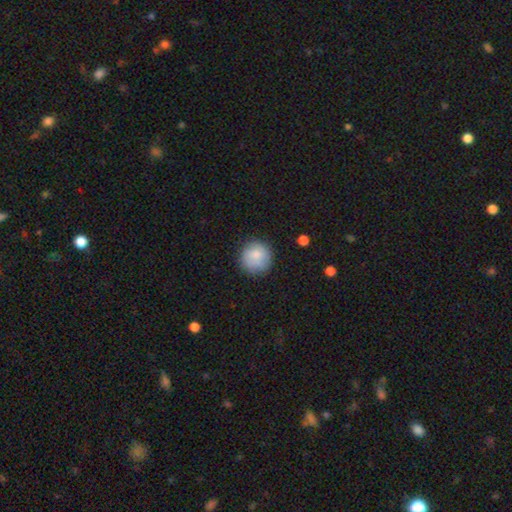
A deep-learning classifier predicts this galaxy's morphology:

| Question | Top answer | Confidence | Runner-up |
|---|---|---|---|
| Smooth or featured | smooth | 83% | featured or disk (10%) |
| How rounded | round | 92% | in between (7%) |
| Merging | none | 81% | minor disturbance (14%) |